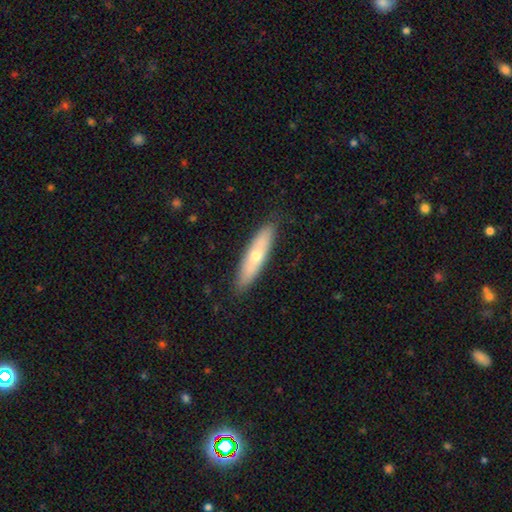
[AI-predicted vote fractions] Overall: smooth (57%; featured or disk 37%). How rounded: cigar-shaped (69%). Merging: none (87%).